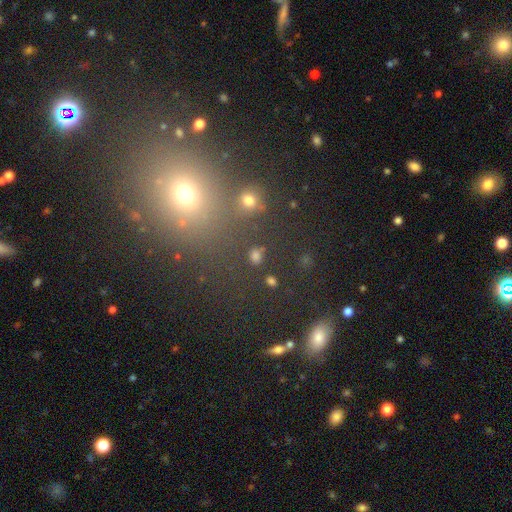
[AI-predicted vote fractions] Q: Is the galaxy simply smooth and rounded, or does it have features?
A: smooth — 52%.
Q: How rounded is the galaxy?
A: round — 60%.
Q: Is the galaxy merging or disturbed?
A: none — 76%.